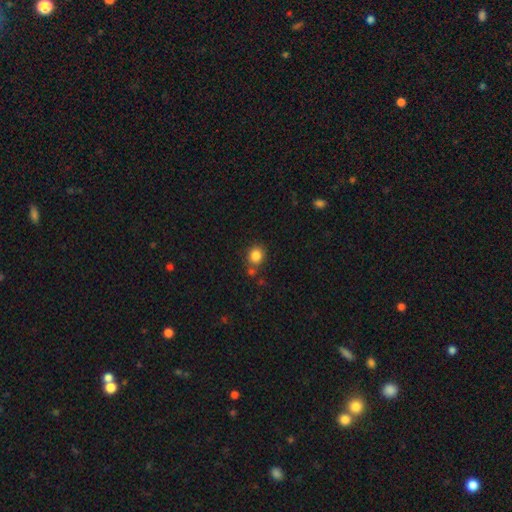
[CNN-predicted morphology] This is clearly a smooth galaxy (84%). How rounded: likely round (71%). Merging: likely none (68%).